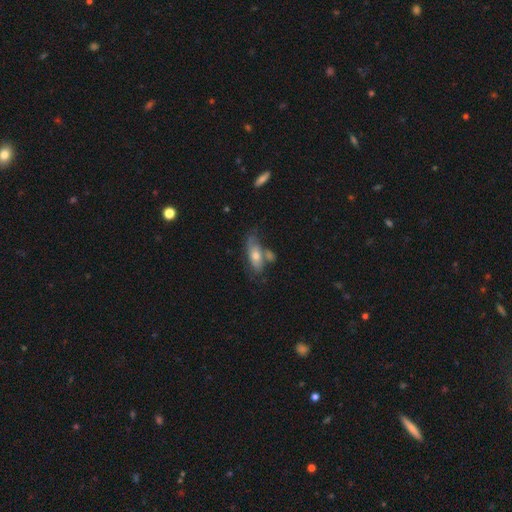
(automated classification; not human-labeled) This is possibly a smooth galaxy (51%). How rounded: likely in between (76%). Merging: marginally none (44%).